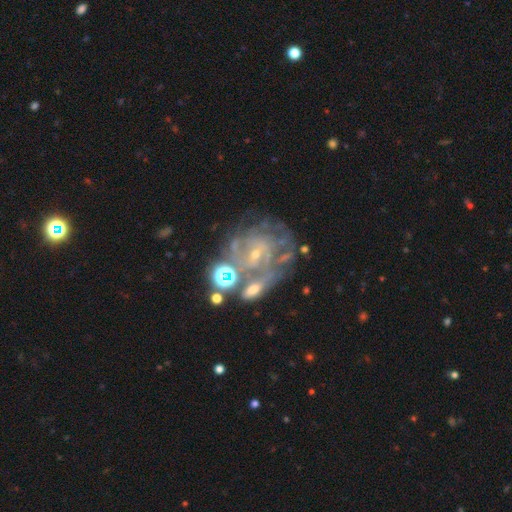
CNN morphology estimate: Smooth or featured? Predicted: featured or disk (p=0.77). Edge-on disk? Predicted: no (p=0.97). Bar? Predicted: no (p=0.66). Spiral arms? Predicted: yes (p=0.81). Spiral winding? Predicted: tight (p=0.62). Spiral arm count? Predicted: can't tell (p=0.50). Bulge size? Predicted: small (p=0.78). Merging? Predicted: none (p=0.45).